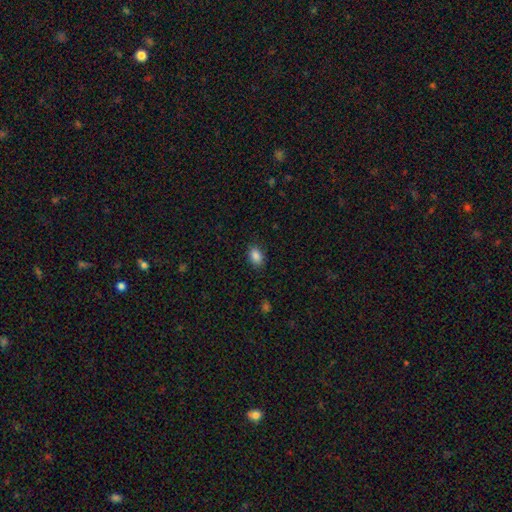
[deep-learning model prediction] Q: Smooth or featured?
A: smooth (88%); runner-up: star or artifact (9%)
Q: How rounded?
A: in between (84%); runner-up: round (15%)
Q: Merging?
A: none (86%); runner-up: minor disturbance (10%)